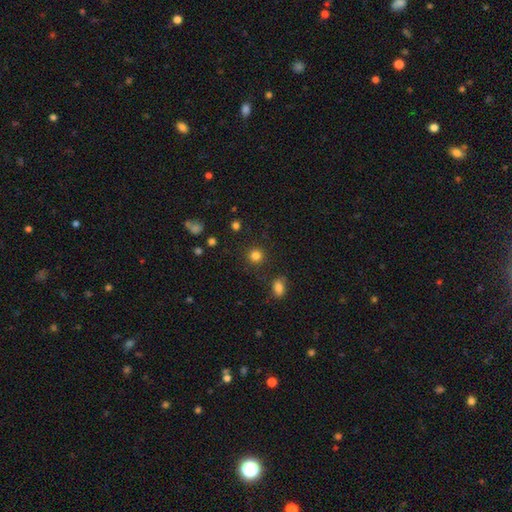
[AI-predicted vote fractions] Smooth or featured?
  - smooth: 83% *
  - star or artifact: 13%
  - featured or disk: 4%
How rounded?
  - round: 92% *
  - in between: 8%
  - cigar-shaped: 1%
Merging?
  - none: 87% *
  - minor disturbance: 7%
  - major disturbance: 3%
  - merger: 3%